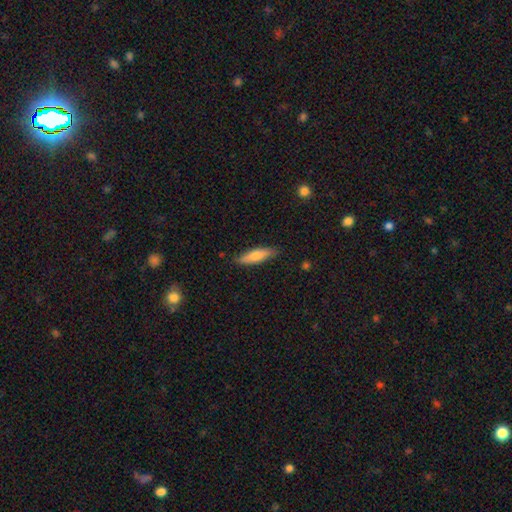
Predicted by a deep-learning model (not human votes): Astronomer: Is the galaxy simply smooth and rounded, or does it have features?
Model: smooth — 69%.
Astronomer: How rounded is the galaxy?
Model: cigar-shaped — 66%.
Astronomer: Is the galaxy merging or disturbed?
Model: none — 85%.